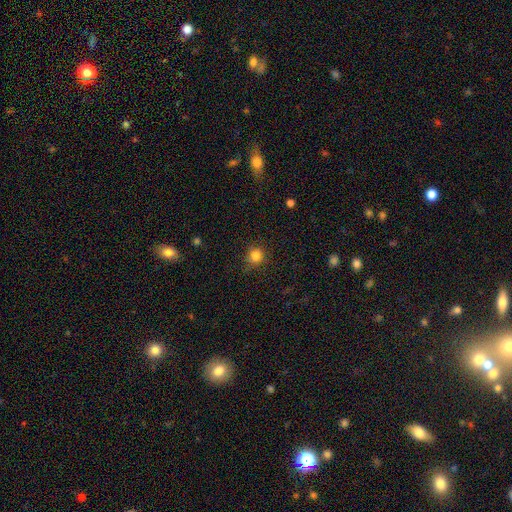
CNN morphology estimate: Smooth or featured? Predicted: smooth (p=0.83). How rounded? Predicted: round (p=0.88). Merging? Predicted: none (p=0.79).